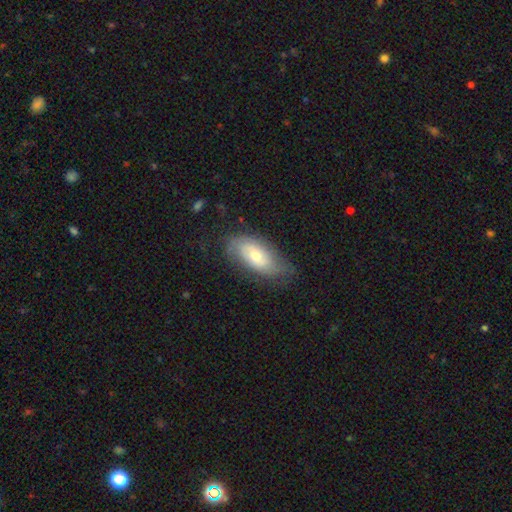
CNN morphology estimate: Smooth or featured?
  - smooth: 52% *
  - featured or disk: 41%
  - star or artifact: 7%
How rounded?
  - in between: 89% *
  - cigar-shaped: 7%
  - round: 4%
Merging?
  - none: 67% *
  - minor disturbance: 24%
  - major disturbance: 8%
  - merger: 1%